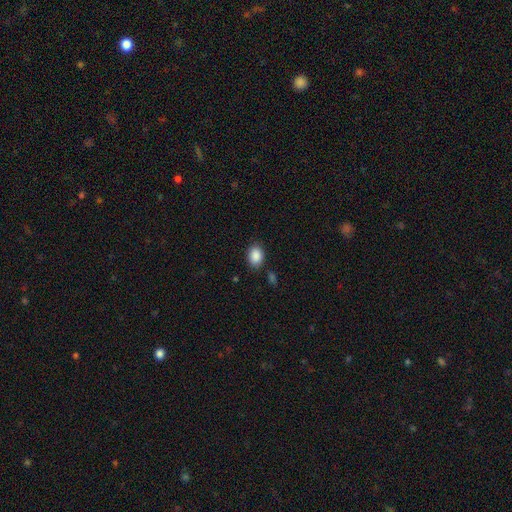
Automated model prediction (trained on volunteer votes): Morphology: type=smooth (88%); roundness=in between (72%); merging=none (83%).